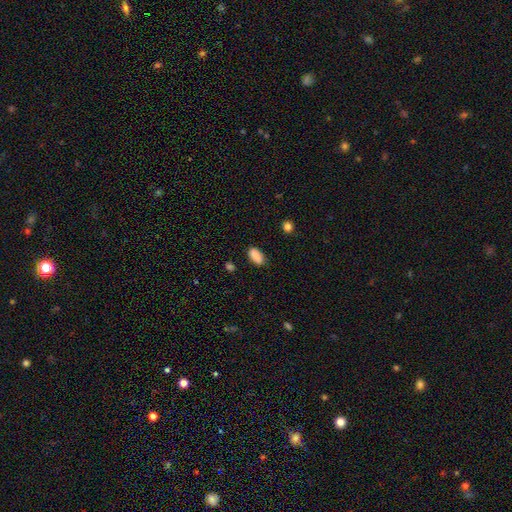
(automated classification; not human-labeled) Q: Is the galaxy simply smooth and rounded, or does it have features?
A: smooth — 88%.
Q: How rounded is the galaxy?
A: in between — 92%.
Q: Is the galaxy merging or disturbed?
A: none — 84%.